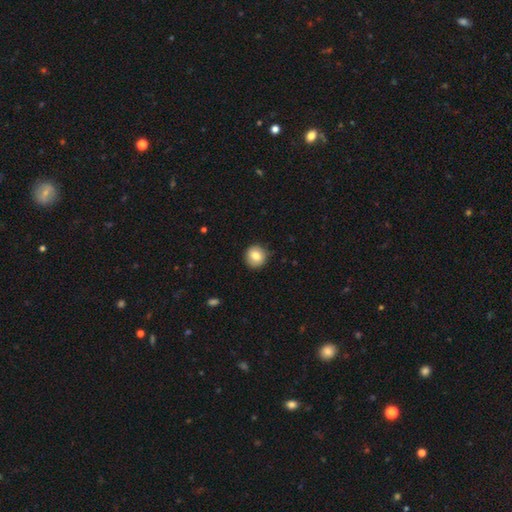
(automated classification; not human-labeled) Smooth or featured?
  - smooth: 82% *
  - featured or disk: 9%
  - star or artifact: 9%
How rounded?
  - round: 91% *
  - in between: 8%
  - cigar-shaped: 1%
Merging?
  - none: 86% *
  - minor disturbance: 10%
  - major disturbance: 2%
  - merger: 1%